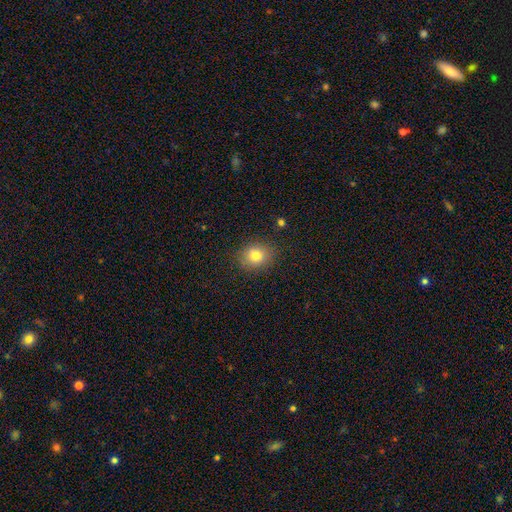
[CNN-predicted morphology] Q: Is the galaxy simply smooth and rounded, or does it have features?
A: smooth — 79%.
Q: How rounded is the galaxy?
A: round — 66%.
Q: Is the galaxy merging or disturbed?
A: none — 85%.